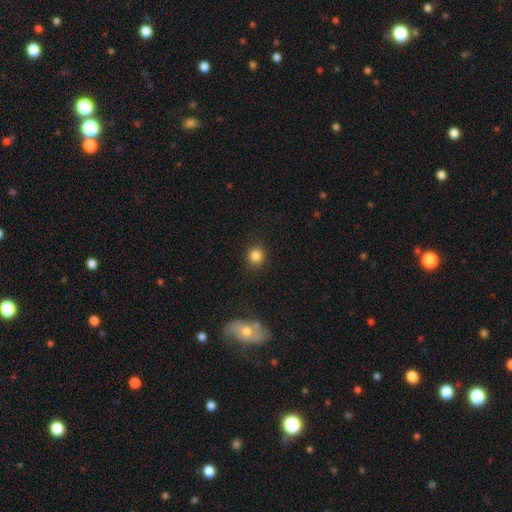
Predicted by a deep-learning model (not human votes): smooth_or_featured: smooth (p=0.84) [alt: star or artifact p=0.11]
how_rounded: round (p=0.90) [alt: in between p=0.09]
merging: none (p=0.90) [alt: minor disturbance p=0.06]